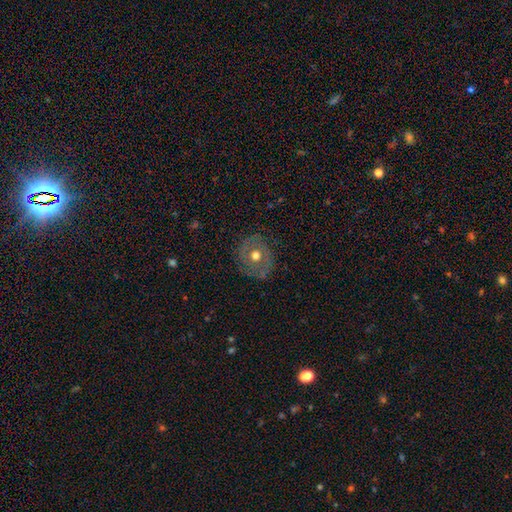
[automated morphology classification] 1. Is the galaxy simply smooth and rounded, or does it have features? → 46% smooth, 45% featured or disk, 9% star or artifact.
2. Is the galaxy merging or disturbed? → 80% none, 14% minor disturbance, 5% major disturbance, 1% merger.